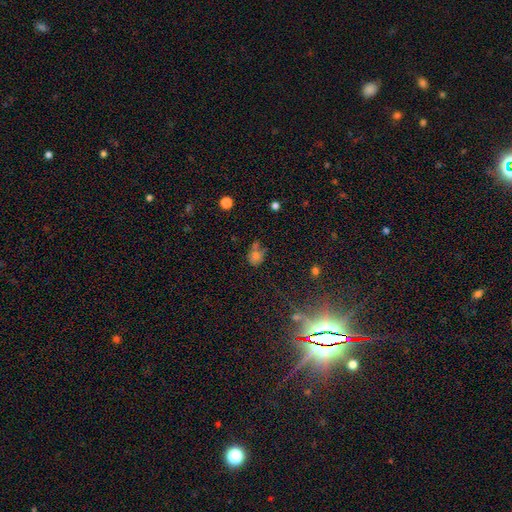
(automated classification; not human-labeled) smooth 67%, star or artifact 19%, featured or disk 15%. Down the decision tree: how rounded — round (61%); merging — none (46%).